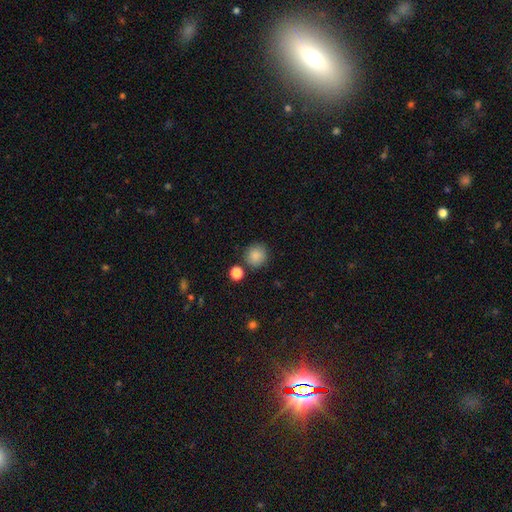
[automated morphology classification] Smooth or featured: smooth — 87% (star or artifact — 10%)
How rounded: round — 91% (in between — 8%)
Merging: none — 83% (minor disturbance — 9%)